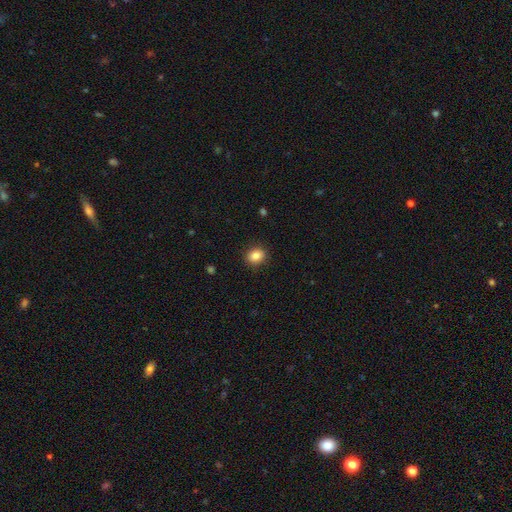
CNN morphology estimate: This is clearly a smooth galaxy (85%). How rounded: likely round (63%). Merging: clearly none (89%).